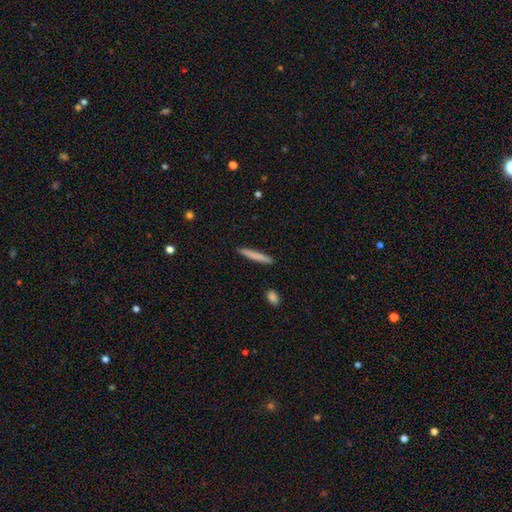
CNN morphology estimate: A smooth galaxy with no disk features (78%) that is cigar-shaped (96%).

Vote fractions:
- Smooth or featured? smooth: 78% / featured or disk: 17% / star or artifact: 6%
- How rounded? cigar-shaped: 96% / in between: 3% / round: 1%
- Merging? none: 92% / minor disturbance: 5% / major disturbance: 1% / merger: 1%